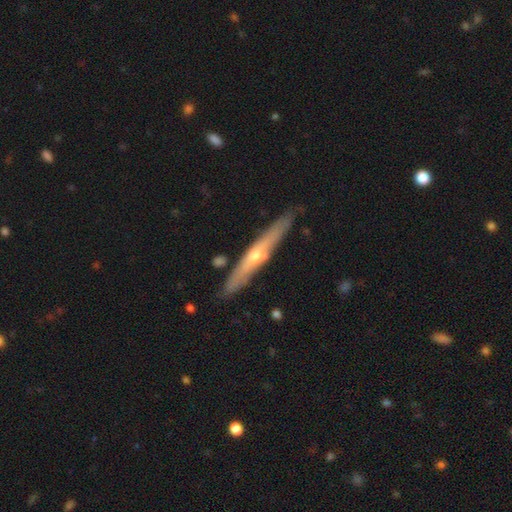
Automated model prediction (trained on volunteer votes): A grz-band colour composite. It shows a featured or disk galaxy (69%) viewed edge-on (93%) with a rounded central bulge (78%). Merging: none (86%).